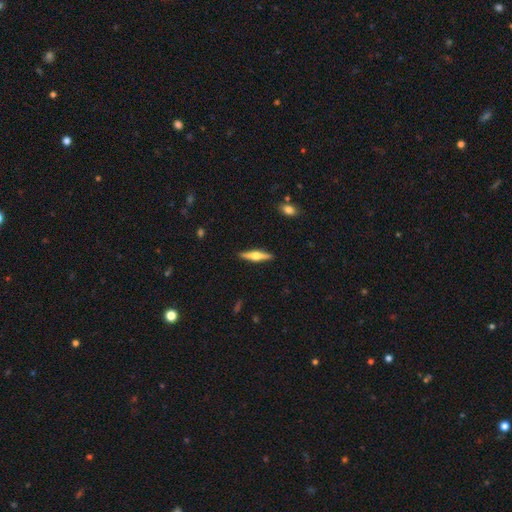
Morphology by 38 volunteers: A featured or disk galaxy (61%) viewed edge-on (96%) with a rounded central bulge (95%). Merging: none (95%).